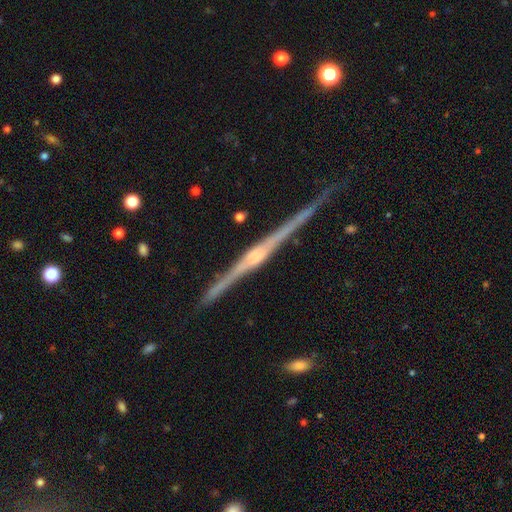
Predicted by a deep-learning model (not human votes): Smooth or featured? Predicted: featured or disk (p=0.90). Edge-on disk? Predicted: yes (p=0.99). Edge-on bulge? Predicted: rounded (p=0.79). Merging? Predicted: none (p=0.88).